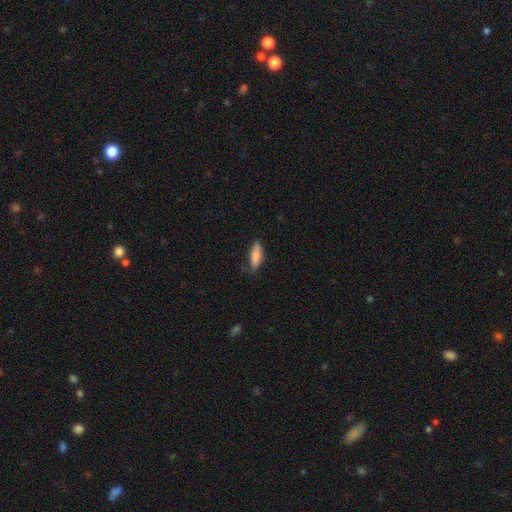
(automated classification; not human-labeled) Smooth or featured? smooth (82%)
How rounded? in between (53%)
Merging? none (65%)